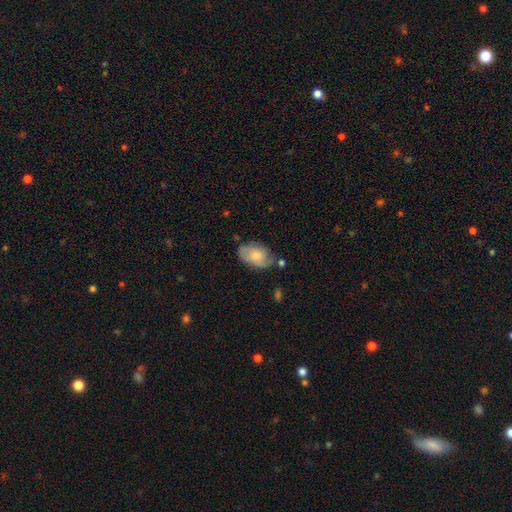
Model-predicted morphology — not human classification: The model was most divided on "merging": none: 56%, minor disturbance: 29%, major disturbance: 8%, merger: 6%. More confident: how rounded — in between (91%); smooth or featured — smooth (67%).